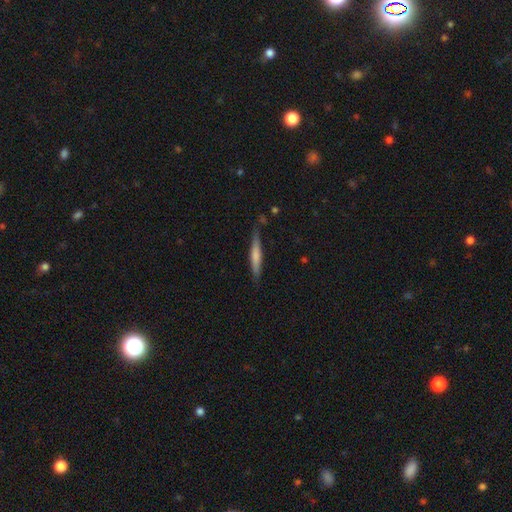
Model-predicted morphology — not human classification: type=smooth (58%); roundness=cigar-shaped (93%); merging=none (83%).